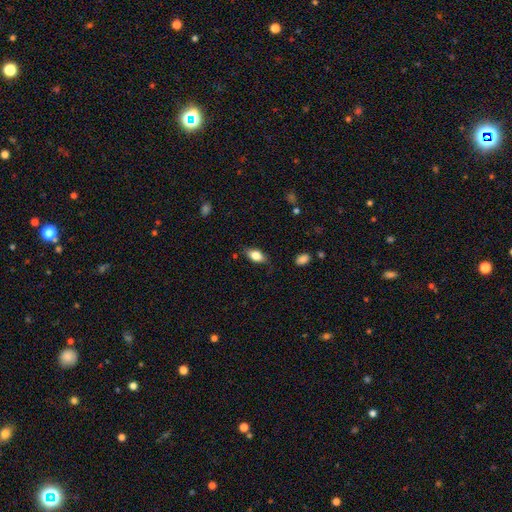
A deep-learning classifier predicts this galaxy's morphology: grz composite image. It shows a smooth galaxy with no disk features (79%) that is in between round and cigar-shaped (87%). Merging: none (79%).